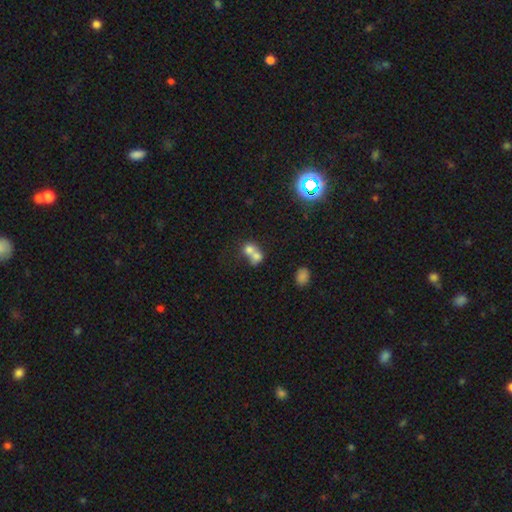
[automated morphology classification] This is likely a smooth galaxy (69%). How rounded: likely round (66%). Merging: likely merger (71%).